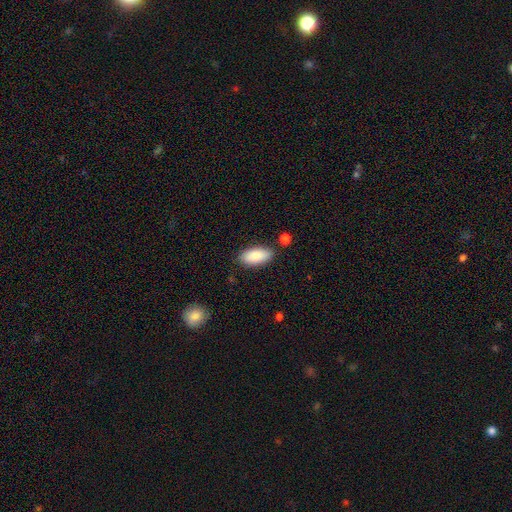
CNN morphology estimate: Overall: smooth (87%). How rounded: in between (91%). Merging: none (83%).